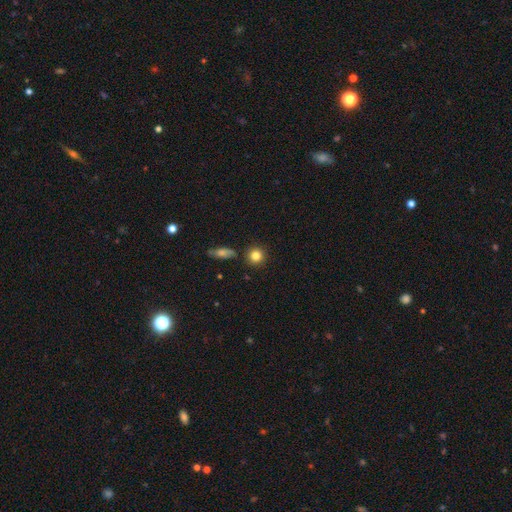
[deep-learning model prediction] A smooth galaxy with no disk features (83%) that is round (90%).

Vote fractions:
- Smooth or featured? smooth: 83% / star or artifact: 10% / featured or disk: 7%
- How rounded? round: 90% / in between: 8% / cigar-shaped: 1%
- Merging? none: 85% / minor disturbance: 8% / merger: 5% / major disturbance: 2%